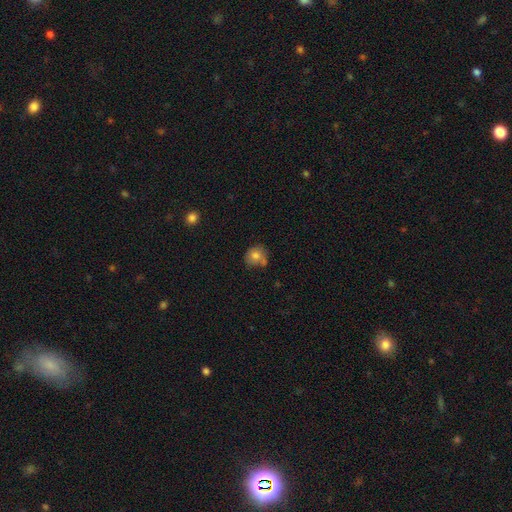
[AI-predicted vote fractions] smooth-or-featured: smooth: 77% | featured or disk: 13% | star or artifact: 10%
  how-rounded: round: 74% | in between: 25% | cigar-shaped: 1%
  merging: none: 52% | minor disturbance: 24% | merger: 17% | major disturbance: 7%